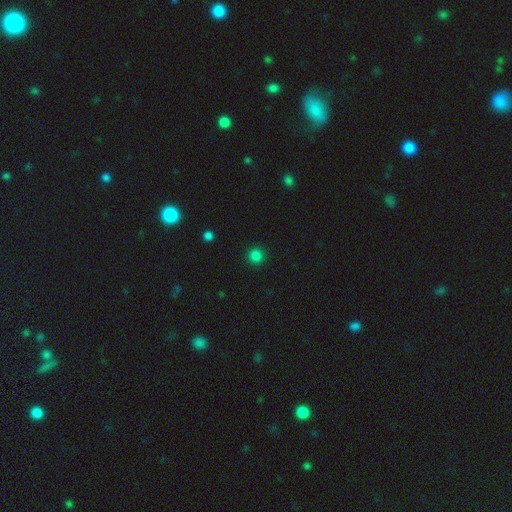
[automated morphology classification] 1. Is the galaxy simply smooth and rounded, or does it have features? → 83% smooth, 14% star or artifact, 3% featured or disk.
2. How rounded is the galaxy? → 95% round, 4% in between, 1% cigar-shaped.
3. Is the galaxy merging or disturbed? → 92% none, 5% minor disturbance, 2% major disturbance, 1% merger.